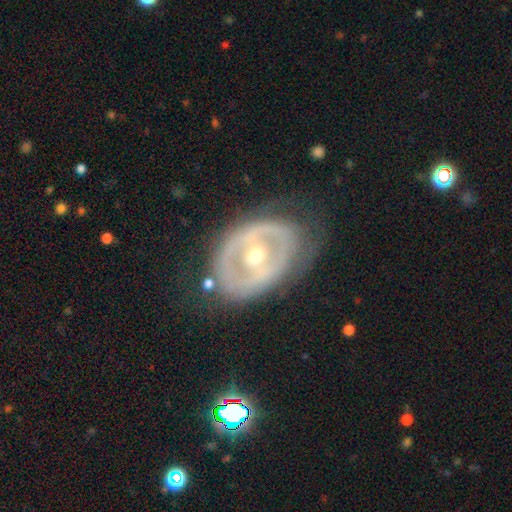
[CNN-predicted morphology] Smooth or featured? featured or disk (76%)
Edge-on disk? no (94%)
Bar? no (42%)
Spiral arms? no (70%)
Bulge size? moderate (56%)
Merging? none (62%)